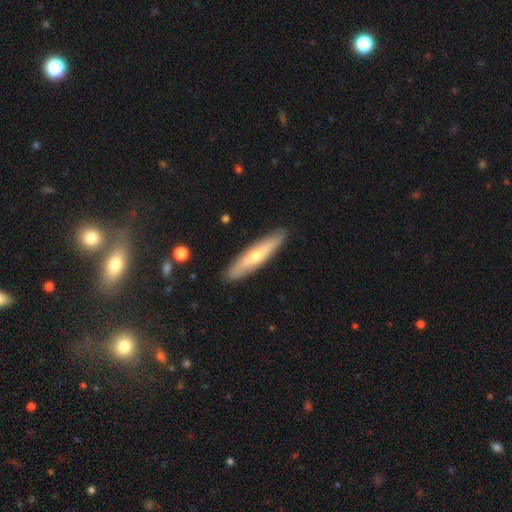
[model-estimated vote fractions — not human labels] smooth-or-featured: featured or disk: 47% (tied) | smooth: 47% (tied) | star or artifact: 6%
  merging: none: 90% | minor disturbance: 8% | major disturbance: 2% | merger: 1%